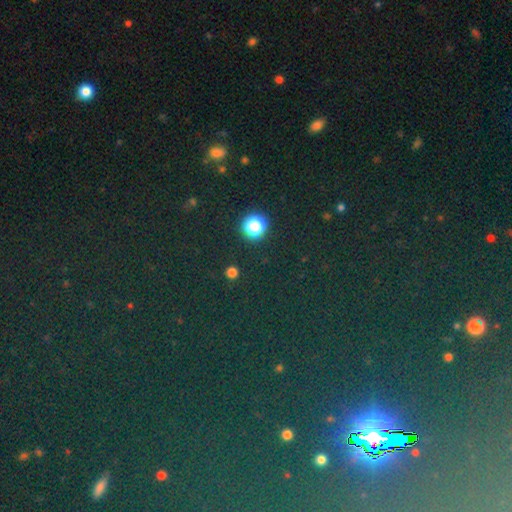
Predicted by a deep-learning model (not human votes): smooth_or_featured: star or artifact (p=0.60) [alt: smooth p=0.32]